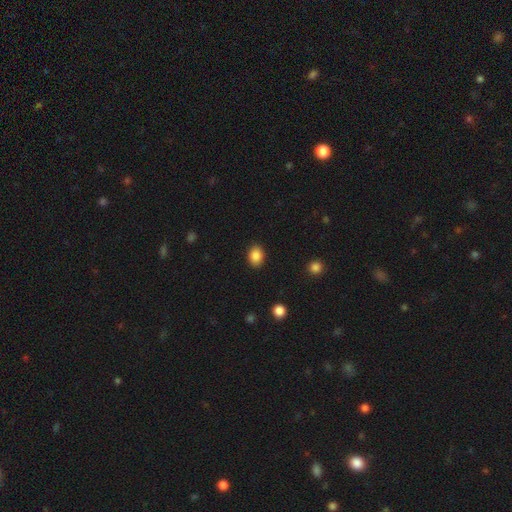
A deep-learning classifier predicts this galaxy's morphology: A smooth galaxy with no disk features (87%) that is in between round and cigar-shaped (65%).

Vote fractions:
- Smooth or featured? smooth: 87% / star or artifact: 9% / featured or disk: 4%
- How rounded? in between: 65% / round: 34% / cigar-shaped: 1%
- Merging? none: 89% / minor disturbance: 8% / major disturbance: 2% / merger: 1%